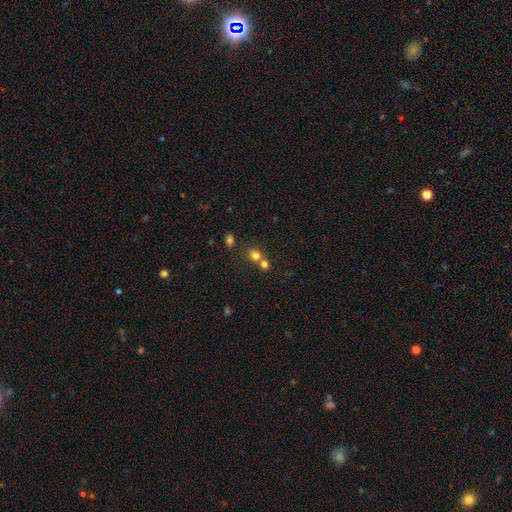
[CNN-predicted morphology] Smooth or featured?
  - smooth: 74% *
  - star or artifact: 17%
  - featured or disk: 9%
How rounded?
  - round: 69% *
  - in between: 29%
  - cigar-shaped: 1%
Merging?
  - none: 49% *
  - merger: 39%
  - minor disturbance: 8%
  - major disturbance: 4%